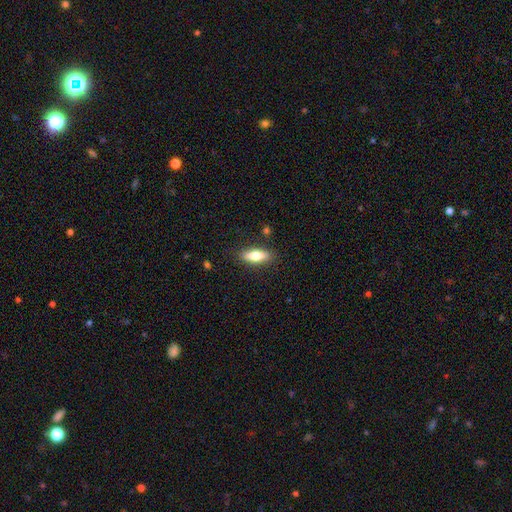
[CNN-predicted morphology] smooth_or_featured: smooth (p=0.70) [alt: featured or disk p=0.24]
how_rounded: in between (p=0.61) [alt: cigar-shaped p=0.36]
merging: none (p=0.86) [alt: minor disturbance p=0.10]